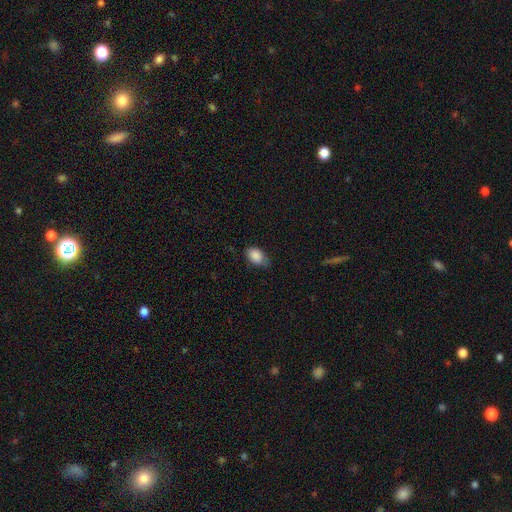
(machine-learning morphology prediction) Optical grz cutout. It shows a smooth galaxy with no disk features (87%) that is in between round and cigar-shaped (87%). Merging: none (62%).